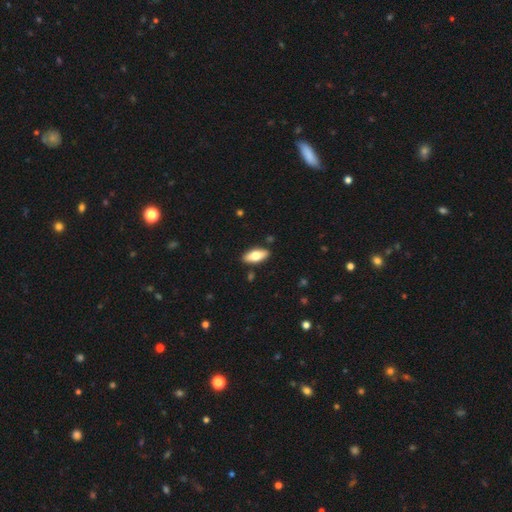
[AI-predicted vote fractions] This is likely a smooth galaxy (72%). How rounded: clearly in between (83%). Merging: clearly none (88%).